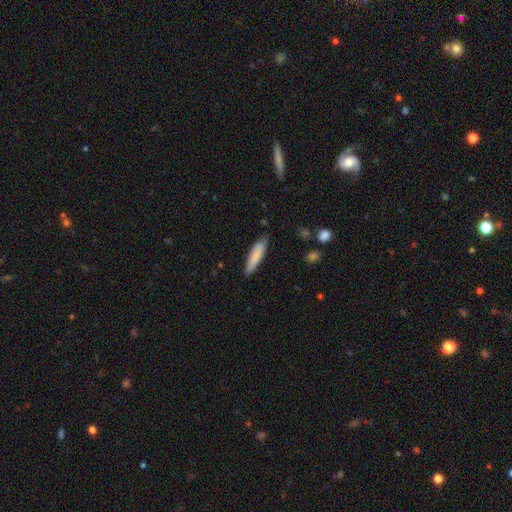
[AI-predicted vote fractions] Smooth or featured? Predicted: smooth (p=0.82). How rounded? Predicted: cigar-shaped (p=0.73). Merging? Predicted: none (p=0.80).